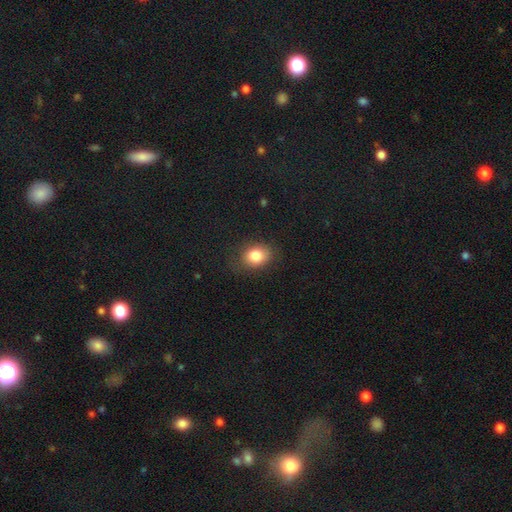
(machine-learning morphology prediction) smooth_or_featured: smooth (p=0.83) [alt: star or artifact p=0.10]
how_rounded: in between (p=0.57) [alt: round p=0.42]
merging: none (p=0.78) [alt: minor disturbance p=0.16]